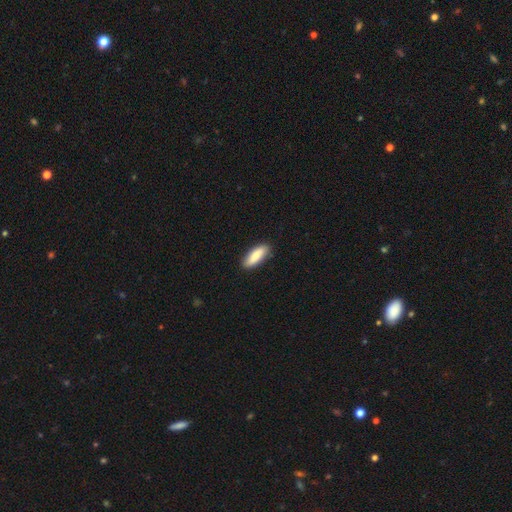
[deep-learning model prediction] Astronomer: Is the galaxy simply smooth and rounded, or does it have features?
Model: smooth — 82%.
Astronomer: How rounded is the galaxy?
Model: in between — 63%.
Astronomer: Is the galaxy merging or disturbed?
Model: none — 87%.